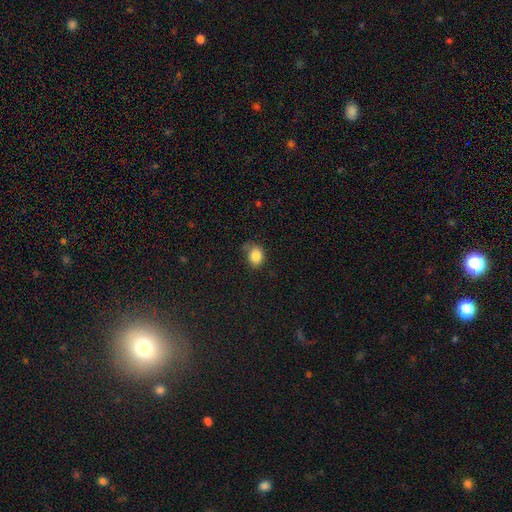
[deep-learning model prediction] Overall: smooth (84%). How rounded: round (54%; in between 45%). Merging: none (62%; minor disturbance 28%).